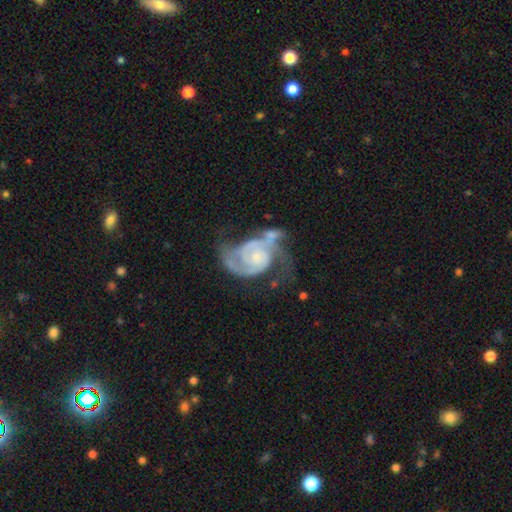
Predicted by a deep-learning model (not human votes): Morphology: type=featured or disk (89%); edge-on=no (98%); bar=no (67%); spiral arms=yes (97%); winding=medium (45%); arm count=2 (78%); bulge=small (59%); merging=none (33%).